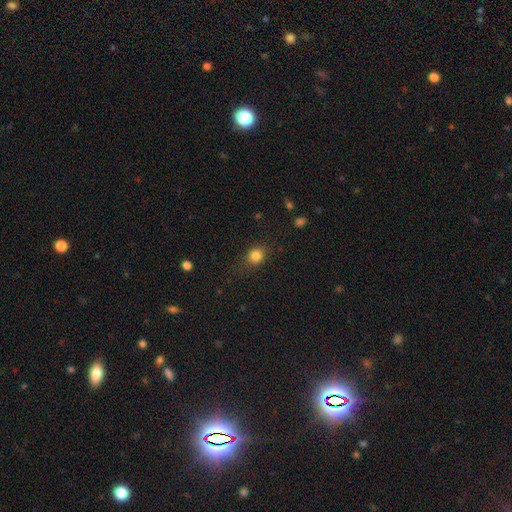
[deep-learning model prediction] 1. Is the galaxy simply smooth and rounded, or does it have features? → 83% smooth, 11% star or artifact, 6% featured or disk.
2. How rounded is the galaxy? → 65% round, 33% in between, 1% cigar-shaped.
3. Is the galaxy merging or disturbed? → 79% none, 15% minor disturbance, 5% major disturbance, 1% merger.